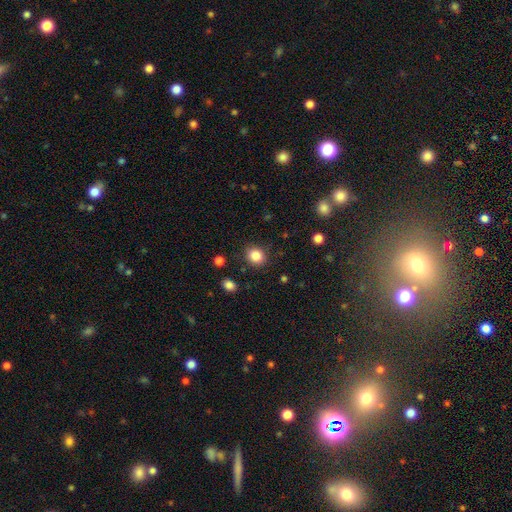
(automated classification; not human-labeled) Smooth or featured?
  - smooth: 85% *
  - star or artifact: 10%
  - featured or disk: 5%
How rounded?
  - round: 74% *
  - in between: 25%
  - cigar-shaped: 1%
Merging?
  - none: 86% *
  - minor disturbance: 9%
  - major disturbance: 3%
  - merger: 2%